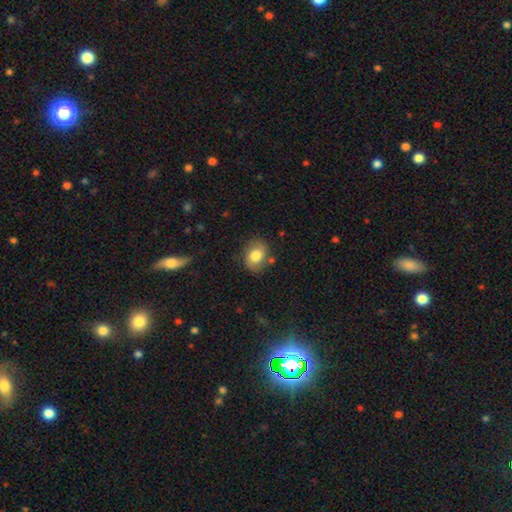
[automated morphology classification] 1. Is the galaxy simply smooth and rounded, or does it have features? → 64% smooth, 28% featured or disk, 8% star or artifact.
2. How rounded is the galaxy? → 52% in between, 47% round, 1% cigar-shaped.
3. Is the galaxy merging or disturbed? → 74% none, 18% minor disturbance, 5% major disturbance, 3% merger.